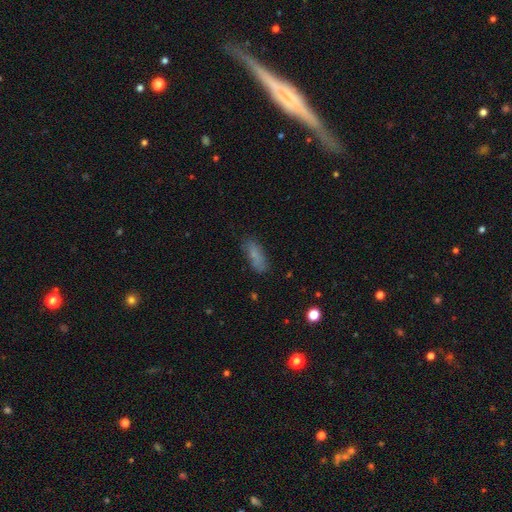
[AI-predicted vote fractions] Q: Smooth or featured?
A: smooth (77%); runner-up: featured or disk (13%)
Q: How rounded?
A: in between (64%); runner-up: cigar-shaped (34%)
Q: Merging?
A: none (74%); runner-up: minor disturbance (18%)